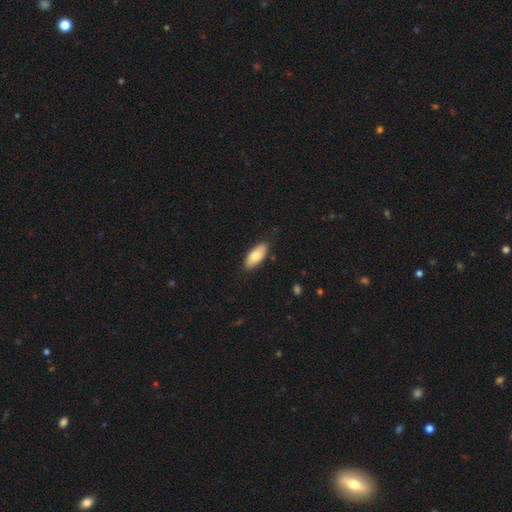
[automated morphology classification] This appears to be a smooth galaxy with no disk features (80%) that is in between round and cigar-shaped (88%). Merging: none (85%).